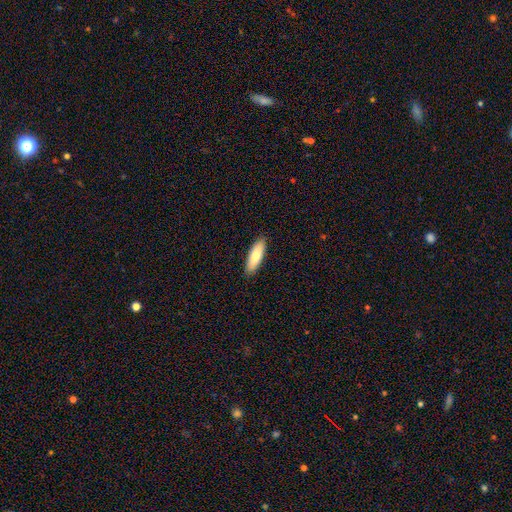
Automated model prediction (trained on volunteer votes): Smooth or featured?
  - smooth: 79% *
  - featured or disk: 15%
  - star or artifact: 5%
How rounded?
  - in between: 52% *
  - cigar-shaped: 46%
  - round: 2%
Merging?
  - none: 90% *
  - minor disturbance: 8%
  - major disturbance: 2%
  - merger: 1%